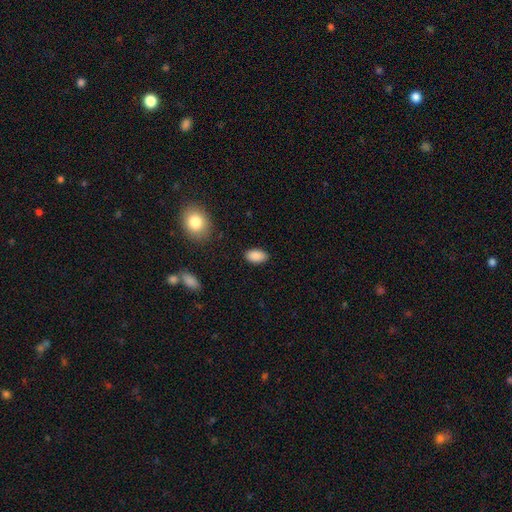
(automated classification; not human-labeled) smooth_or_featured: smooth (p=0.89) [alt: star or artifact p=0.08]
how_rounded: in between (p=0.93) [alt: round p=0.05]
merging: none (p=0.86) [alt: minor disturbance p=0.11]